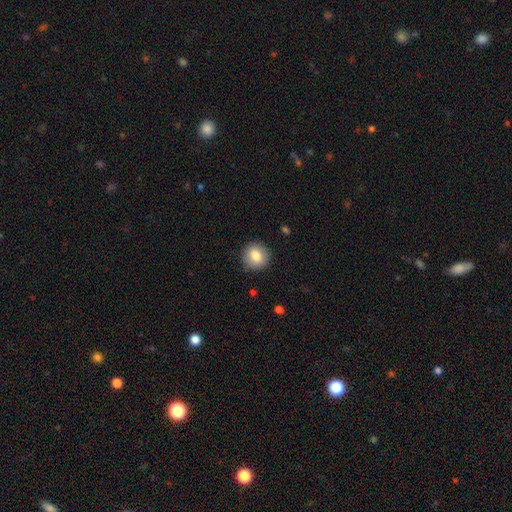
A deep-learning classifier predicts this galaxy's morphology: This is clearly a smooth galaxy (82%). How rounded: clearly round (87%). Merging: clearly none (87%).